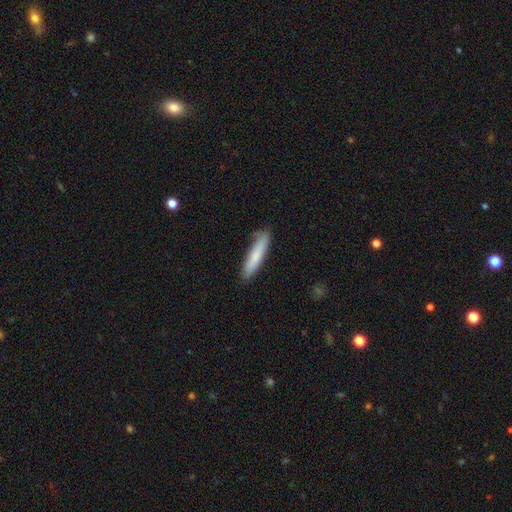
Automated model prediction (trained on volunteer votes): This is likely a smooth galaxy (78%). How rounded: clearly cigar-shaped (88%). Merging: clearly none (84%).